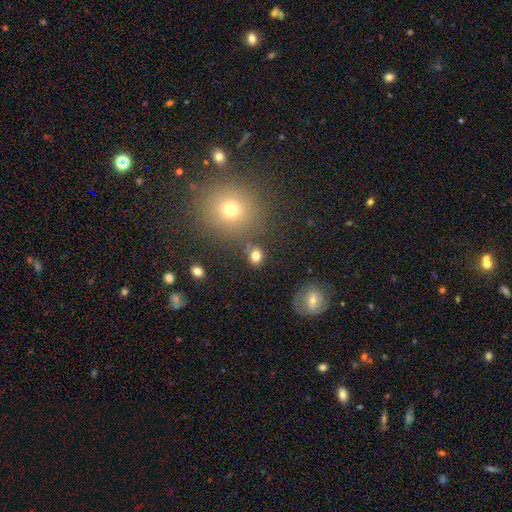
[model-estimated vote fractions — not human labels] smooth 80%, star or artifact 13%, featured or disk 6%. Down the decision tree: how rounded — round (64%); merging — none (76%).